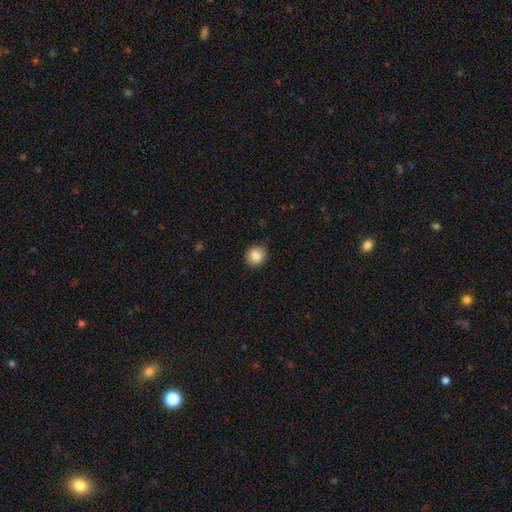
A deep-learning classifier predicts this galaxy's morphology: smooth-or-featured: smooth: 86% | star or artifact: 9% | featured or disk: 5%
  how-rounded: round: 85% | in between: 14% | cigar-shaped: 1%
  merging: none: 87% | minor disturbance: 10% | major disturbance: 2% | merger: 1%